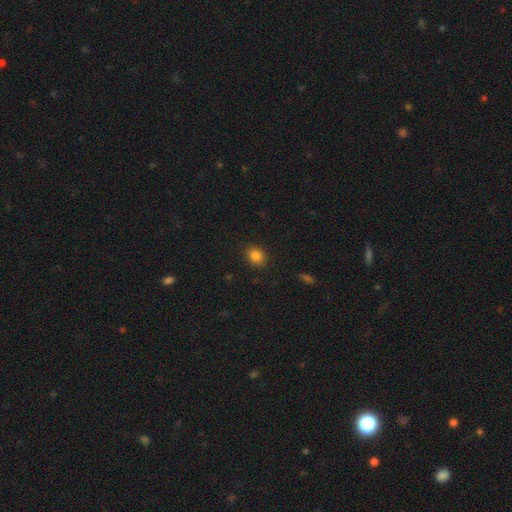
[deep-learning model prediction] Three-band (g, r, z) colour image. It shows a smooth galaxy with no disk features (84%) that is round (55%). Merging: none (88%).